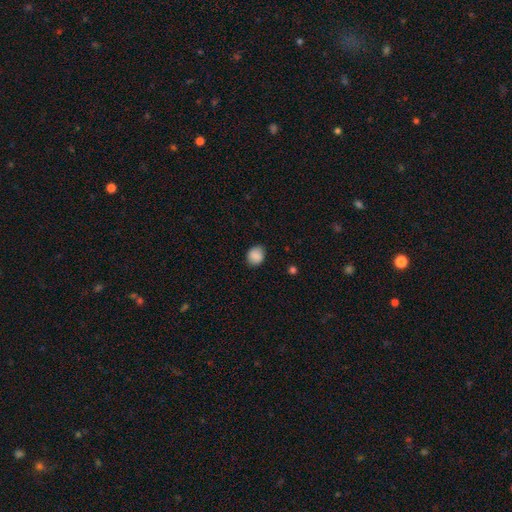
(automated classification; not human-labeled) smooth 87%, star or artifact 8%, featured or disk 4%. Down the decision tree: how rounded — round (63%); merging — none (85%).